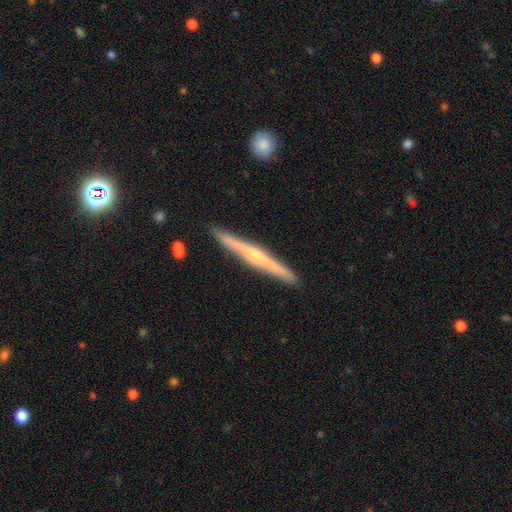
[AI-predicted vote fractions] featured or disk 70%, smooth 24%, star or artifact 6%. Down the decision tree: edge-on disk — yes (98%); edge-on bulge — rounded (74%); merging — none (91%).